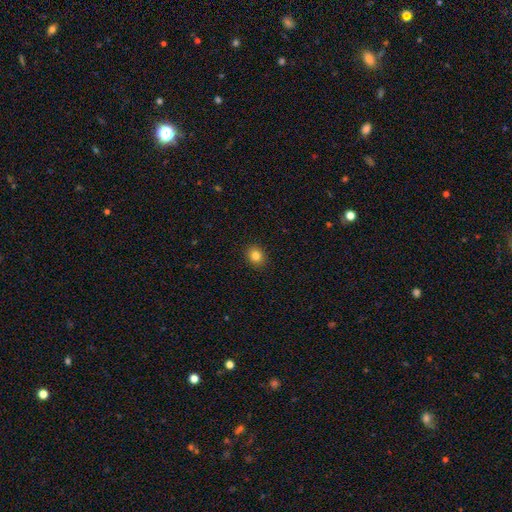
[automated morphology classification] Smooth or featured? smooth (83%)
How rounded? round (63%)
Merging? none (90%)